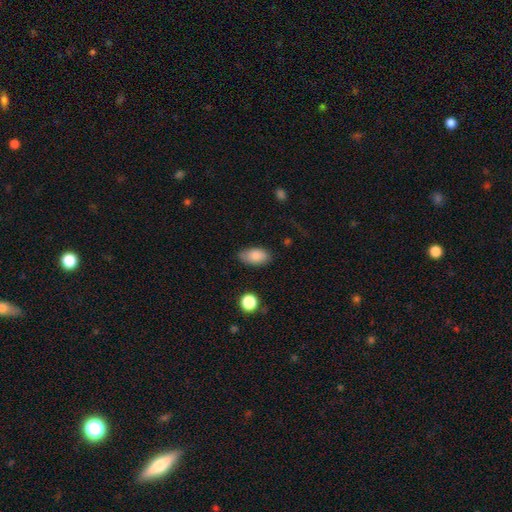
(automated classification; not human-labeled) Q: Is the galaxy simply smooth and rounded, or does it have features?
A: smooth — 85%.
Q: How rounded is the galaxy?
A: in between — 93%.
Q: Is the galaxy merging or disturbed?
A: none — 77%.